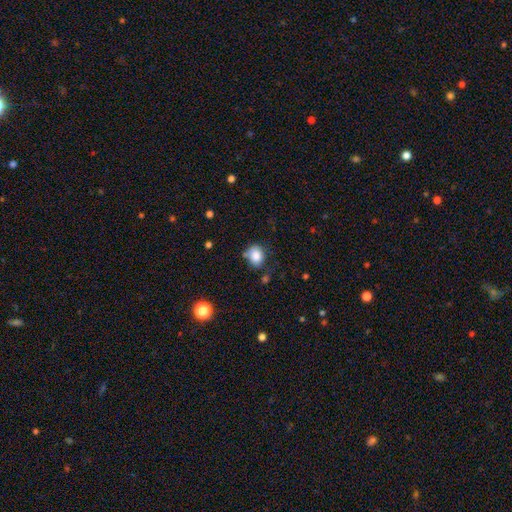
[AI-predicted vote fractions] The model was most divided on "how rounded": round: 55%, in between: 45%, cigar-shaped: 1%. More confident: smooth or featured — smooth (83%); merging — none (60%).